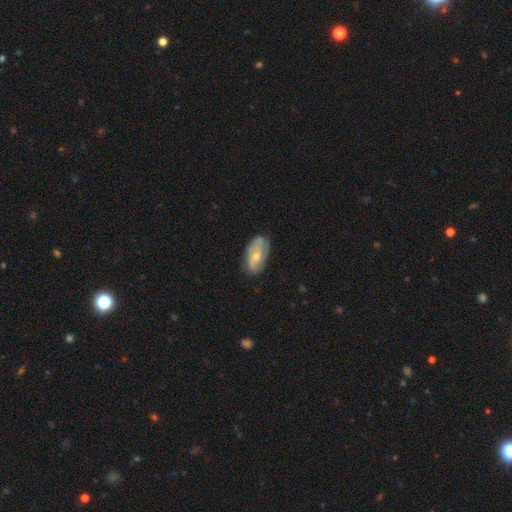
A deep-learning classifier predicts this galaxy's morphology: featured or disk 59%, smooth 35%, star or artifact 6%. Down the decision tree: edge-on disk — no (94%); bar — no (58%); spiral arms — yes (83%); bulge size — moderate (47%); merging — none (68%).